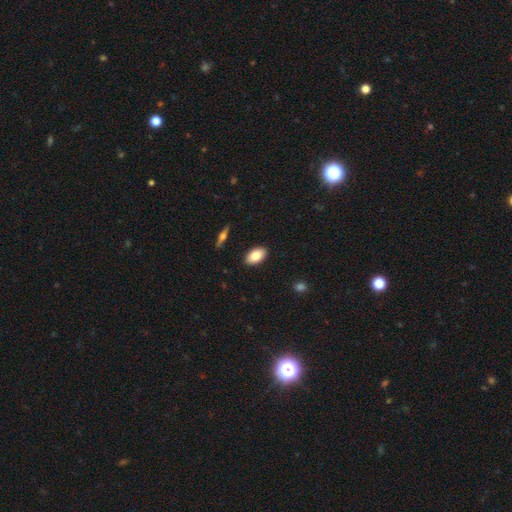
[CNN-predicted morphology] Smooth or featured? smooth (82%)
How rounded? in between (94%)
Merging? none (89%)